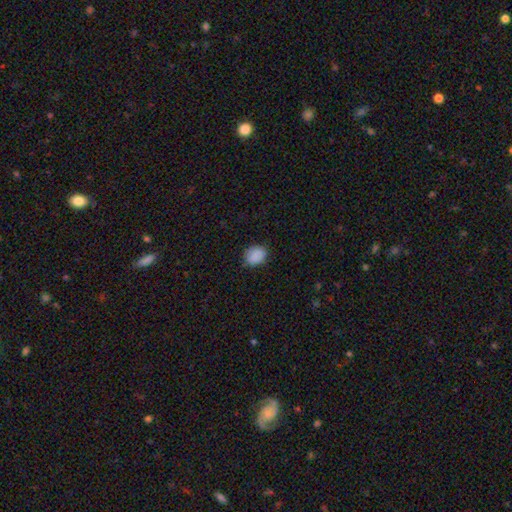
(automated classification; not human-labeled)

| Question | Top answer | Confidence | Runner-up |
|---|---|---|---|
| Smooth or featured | smooth | 88% | star or artifact (8%) |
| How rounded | round | 54% | in between (45%) |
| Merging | none | 79% | minor disturbance (17%) |